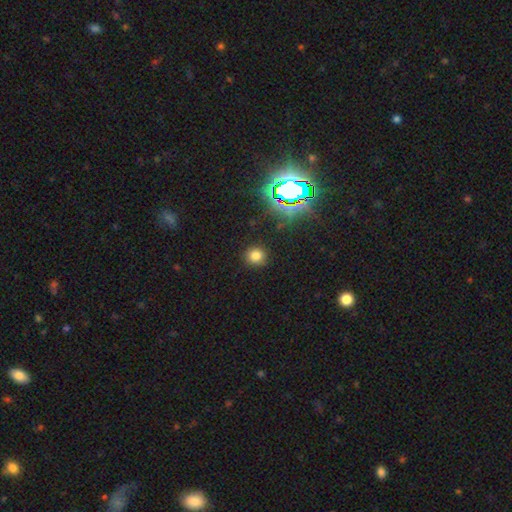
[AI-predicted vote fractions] This is likely a smooth galaxy (75%). How rounded: clearly round (89%). Merging: clearly none (89%).